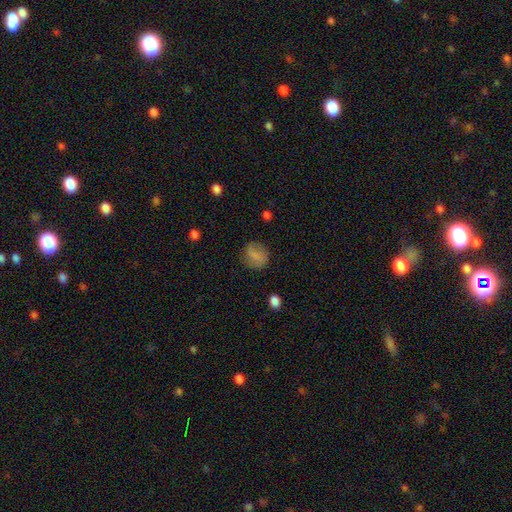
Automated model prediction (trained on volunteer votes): A smooth galaxy with no disk features (74%) that is round (71%). Merging: none (72%).